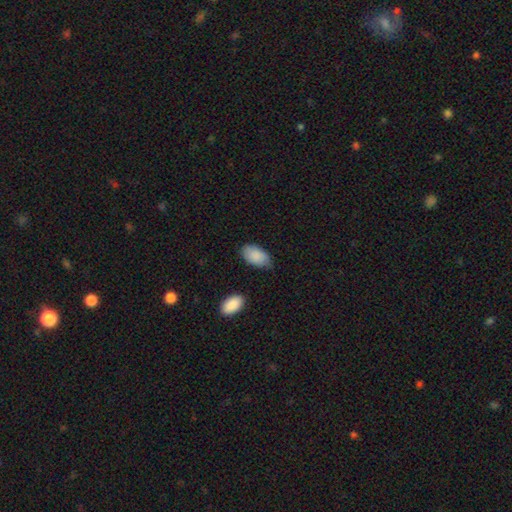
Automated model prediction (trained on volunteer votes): smooth 89%, star or artifact 6%, featured or disk 6%. Down the decision tree: how rounded — in between (95%); merging — none (71%).